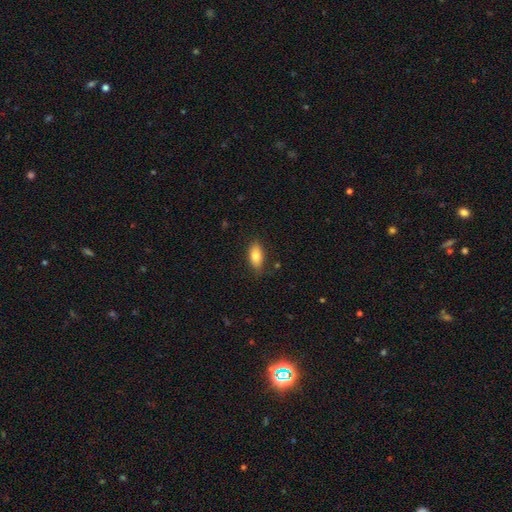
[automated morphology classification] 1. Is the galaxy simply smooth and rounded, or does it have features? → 82% smooth, 11% featured or disk, 7% star or artifact.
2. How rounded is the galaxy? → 87% in between, 10% cigar-shaped, 3% round.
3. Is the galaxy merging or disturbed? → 82% none, 14% minor disturbance, 3% major disturbance, 1% merger.